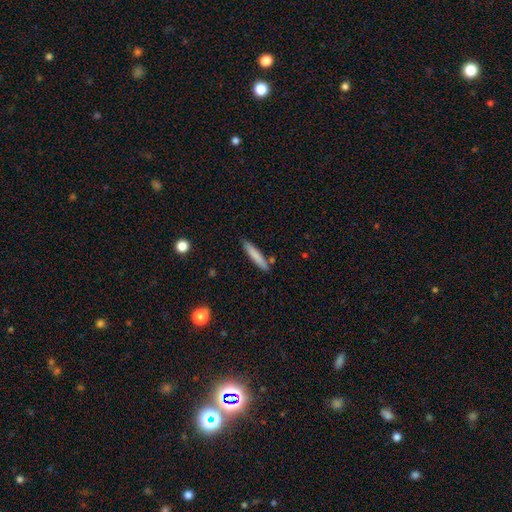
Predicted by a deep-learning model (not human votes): This appears to be a smooth galaxy with no disk features (80%) that is cigar-shaped (91%). Merging: none (84%).